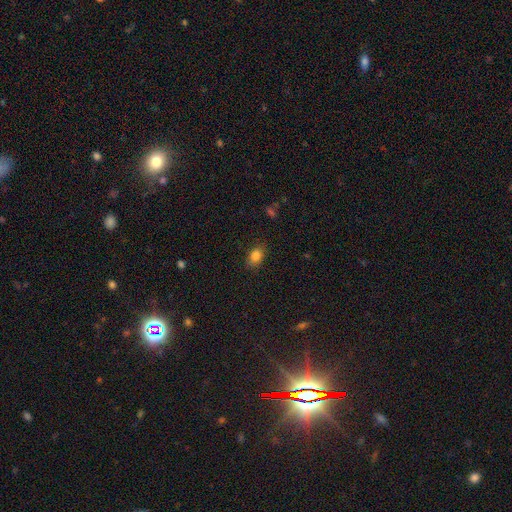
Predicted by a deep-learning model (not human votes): This is clearly a smooth galaxy (83%). How rounded: likely in between (79%). Merging: clearly none (83%).